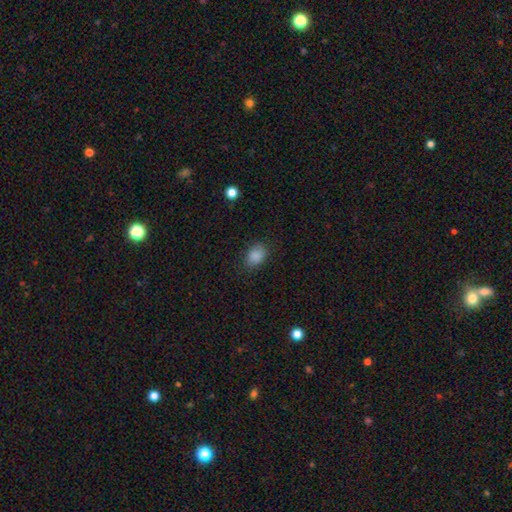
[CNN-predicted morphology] smooth_or_featured: smooth (p=0.87) [alt: star or artifact p=0.10]
how_rounded: in between (p=0.72) [alt: round p=0.27]
merging: none (p=0.81) [alt: minor disturbance p=0.14]